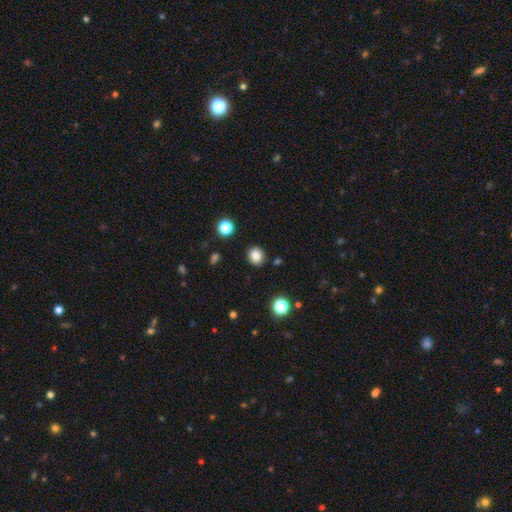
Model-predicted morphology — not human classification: Overall: smooth (84%). How rounded: round (72%). Merging: none (88%).